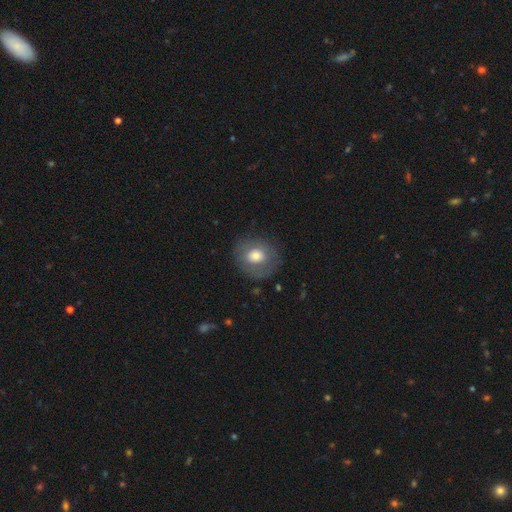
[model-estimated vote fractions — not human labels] Smooth or featured? smooth (65%)
How rounded? round (75%)
Merging? none (76%)